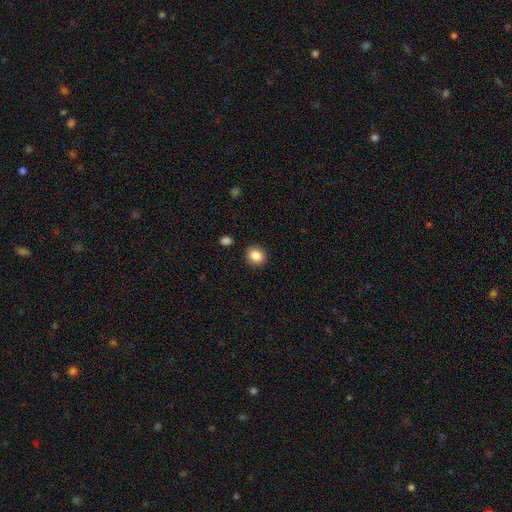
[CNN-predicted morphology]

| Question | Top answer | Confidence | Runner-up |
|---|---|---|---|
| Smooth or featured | smooth | 87% | star or artifact (9%) |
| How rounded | round | 71% | in between (28%) |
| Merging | none | 89% | minor disturbance (7%) |